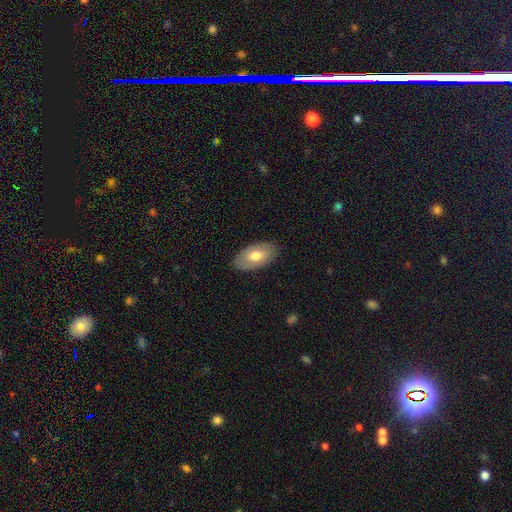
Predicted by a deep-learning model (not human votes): A smooth galaxy with no disk features (68%) that is in between round and cigar-shaped (94%).

Vote fractions:
- Smooth or featured? smooth: 68% / featured or disk: 27% / star or artifact: 6%
- How rounded? in between: 94% / round: 4% / cigar-shaped: 2%
- Merging? none: 85% / minor disturbance: 12% / major disturbance: 3% / merger: 1%